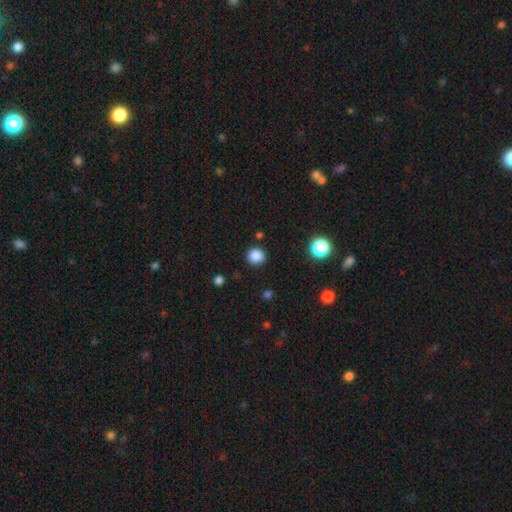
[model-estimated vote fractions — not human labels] A smooth galaxy with no disk features (85%) that is round (90%).

Vote fractions:
- Smooth or featured? smooth: 85% / star or artifact: 12% / featured or disk: 3%
- How rounded? round: 90% / in between: 9% / cigar-shaped: 1%
- Merging? none: 89% / minor disturbance: 7% / major disturbance: 2% / merger: 2%